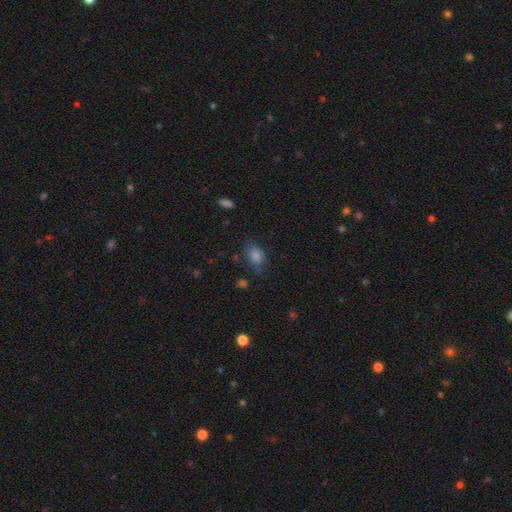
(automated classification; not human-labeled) Smooth or featured?
  - smooth: 74% *
  - star or artifact: 15%
  - featured or disk: 11%
How rounded?
  - in between: 77% *
  - round: 21%
  - cigar-shaped: 2%
Merging?
  - none: 69% *
  - minor disturbance: 21%
  - major disturbance: 8%
  - merger: 2%